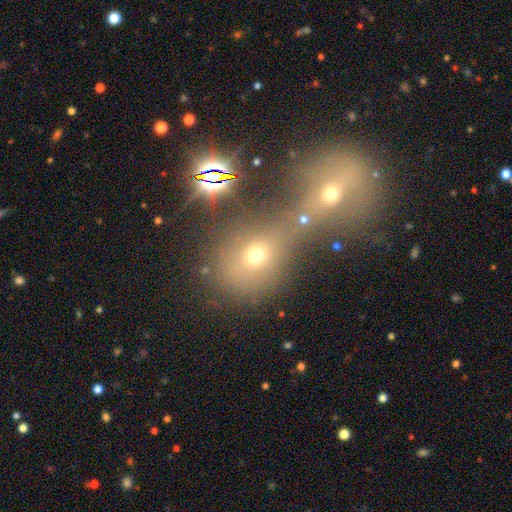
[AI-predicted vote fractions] smooth 63%, star or artifact 20%, featured or disk 17%. Down the decision tree: how rounded — round (60%); merging — merger (49%).